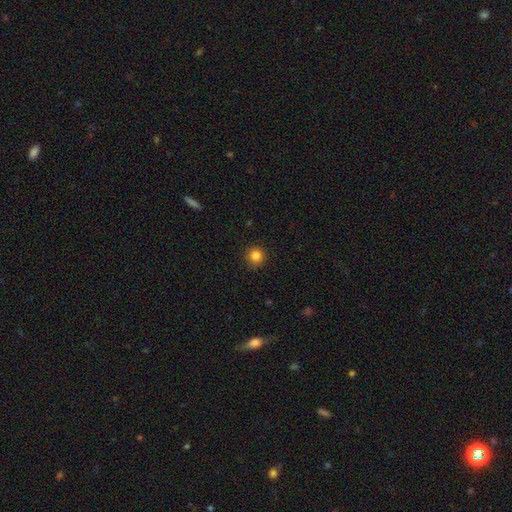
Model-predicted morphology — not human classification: A smooth galaxy with no disk features (85%) that is round (94%). Merging: none (91%).